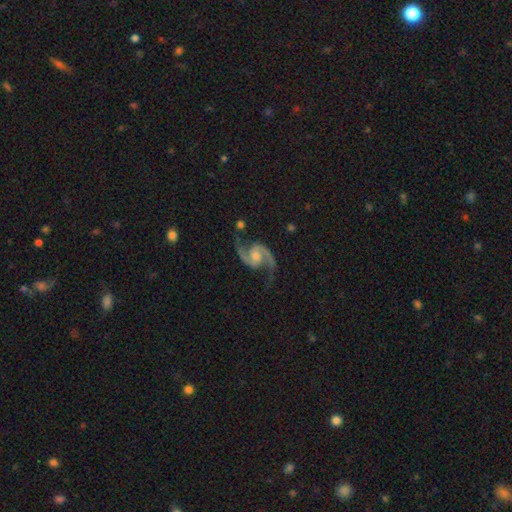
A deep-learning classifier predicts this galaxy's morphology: A featured or disk galaxy (93%) with no bar (55%), 2 (95%) medium (54%) spiral arms (98%) and a moderate central bulge (54%).

Vote fractions:
- Smooth or featured? featured or disk: 93% / star or artifact: 4% / smooth: 3%
- Edge-on disk? no: 98% / yes: 2%
- Bar? no: 55% / weak: 37% / strong: 9%
- Spiral arms? yes: 98% / no: 2%
- Spiral winding? medium: 54% / loose: 36% / tight: 10%
- Spiral arm count? 2: 95% / can't tell: 1% / 3: 1% / 1: 1% / 4: 1% / more than 4: 1%
- Bulge size? moderate: 54% / small: 31% / none: 7% / large: 7% / dominant: 1%
- Merging? none: 75% / minor disturbance: 15% / major disturbance: 7% / merger: 3%